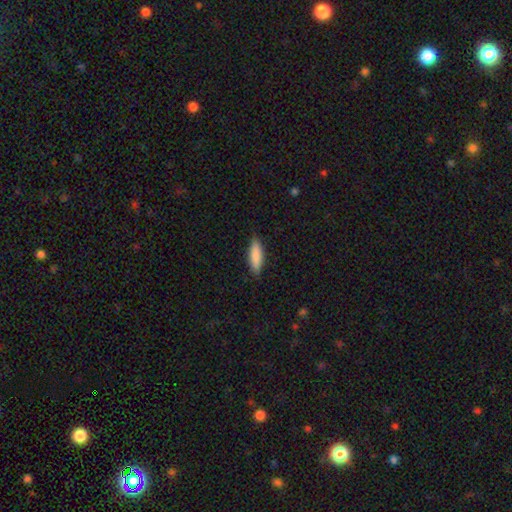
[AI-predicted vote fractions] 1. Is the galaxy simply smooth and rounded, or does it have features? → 84% smooth, 10% featured or disk, 6% star or artifact.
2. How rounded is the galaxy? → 59% cigar-shaped, 40% in between, 2% round.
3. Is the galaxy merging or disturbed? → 85% none, 12% minor disturbance, 2% major disturbance, 1% merger.